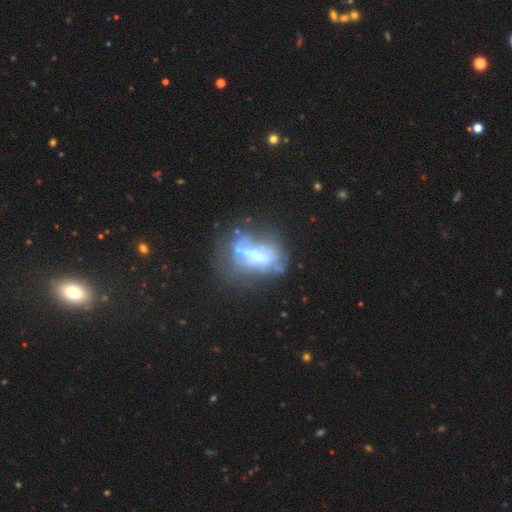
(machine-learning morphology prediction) Q: Smooth or featured?
A: featured or disk (60%); runner-up: smooth (26%)
Q: Edge-on disk?
A: no (93%); runner-up: yes (7%)
Q: Bar?
A: no (67%); runner-up: strong (17%)
Q: Spiral arms?
A: no (89%); runner-up: yes (11%)
Q: Bulge size?
A: none (33%); runner-up: moderate (31%)
Q: Merging?
A: none (32%); runner-up: major disturbance (27%)